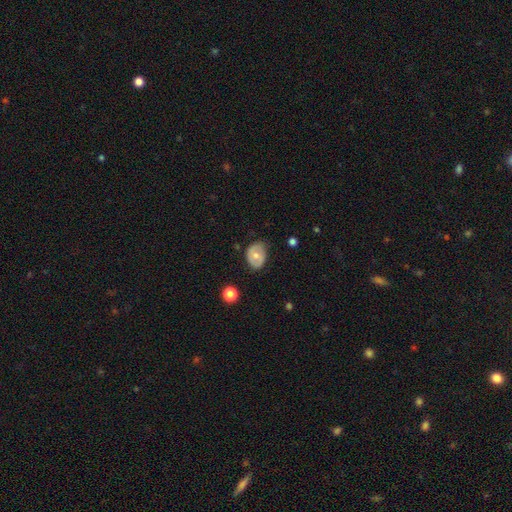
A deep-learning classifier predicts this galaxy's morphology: A smooth galaxy with no disk features (54%) that is in between round and cigar-shaped (65%).

Vote fractions:
- Smooth or featured? smooth: 54% / featured or disk: 38% / star or artifact: 7%
- How rounded? in between: 65% / round: 34% / cigar-shaped: 1%
- Merging? none: 65% / minor disturbance: 28% / major disturbance: 6% / merger: 1%